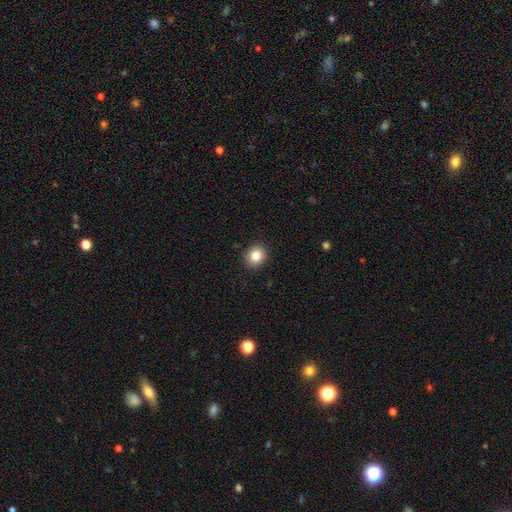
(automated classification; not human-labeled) Morphology: type=smooth (83%); roundness=round (77%); merging=none (91%).